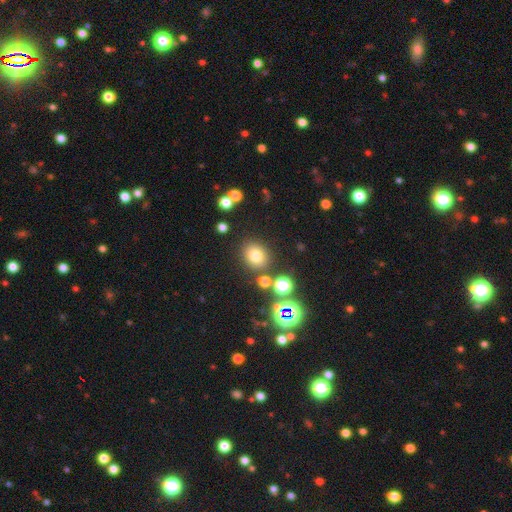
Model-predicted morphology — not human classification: Q: Smooth or featured?
A: smooth (72%); runner-up: star or artifact (19%)
Q: How rounded?
A: round (75%); runner-up: in between (24%)
Q: Merging?
A: none (82%); runner-up: minor disturbance (9%)